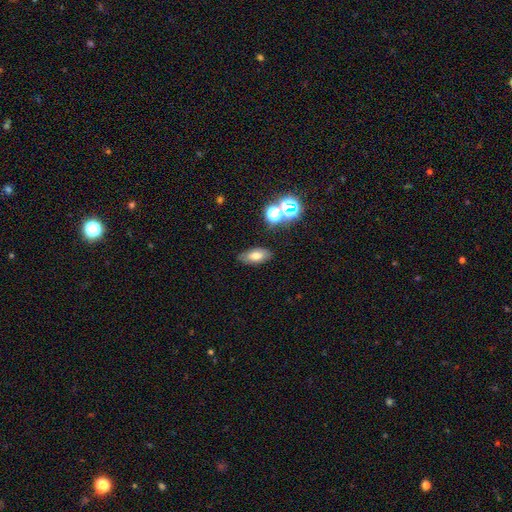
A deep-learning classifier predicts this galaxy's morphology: A smooth galaxy with no disk features (69%) that is in between round and cigar-shaped (86%).

Vote fractions:
- Smooth or featured? smooth: 69% / featured or disk: 18% / star or artifact: 14%
- How rounded? in between: 86% / cigar-shaped: 7% / round: 7%
- Merging? none: 83% / minor disturbance: 11% / major disturbance: 3% / merger: 3%